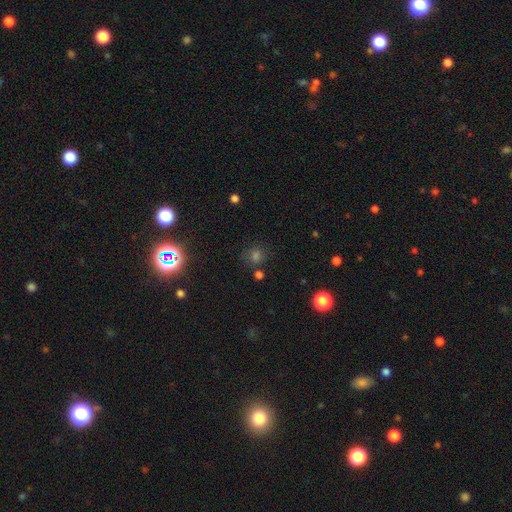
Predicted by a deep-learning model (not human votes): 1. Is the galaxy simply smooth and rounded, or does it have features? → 53% smooth, 39% star or artifact, 8% featured or disk.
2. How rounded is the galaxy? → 85% round, 14% in between, 1% cigar-shaped.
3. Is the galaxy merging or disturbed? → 79% none, 11% minor disturbance, 6% merger, 5% major disturbance.